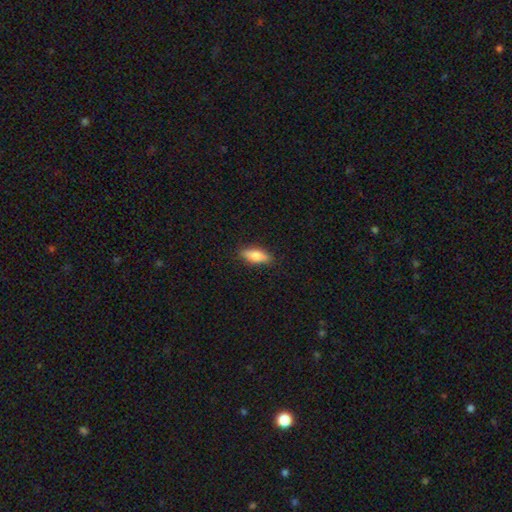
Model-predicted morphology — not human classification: Smooth or featured: smooth — 77% (featured or disk — 16%)
How rounded: in between — 69% (cigar-shaped — 28%)
Merging: none — 86% (minor disturbance — 11%)